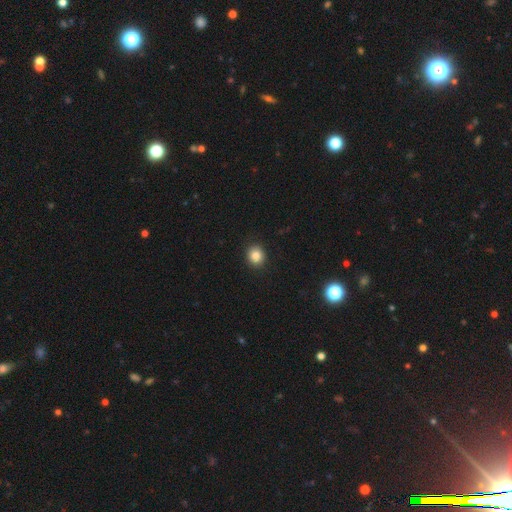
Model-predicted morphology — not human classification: A smooth galaxy with no disk features (84%) that is round (81%). Merging: none (91%).